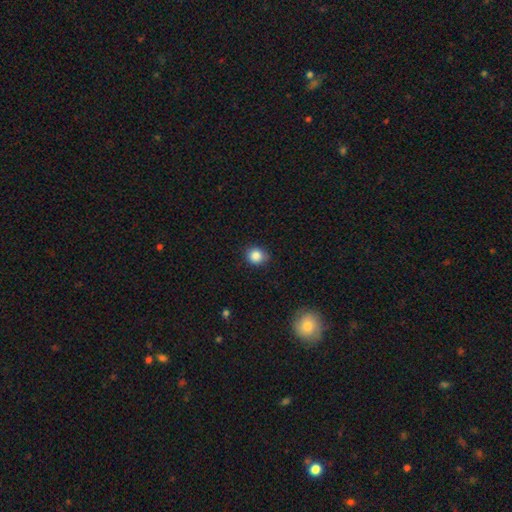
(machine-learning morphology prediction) Smooth or featured? Predicted: smooth (p=0.86). How rounded? Predicted: round (p=0.82). Merging? Predicted: none (p=0.82).